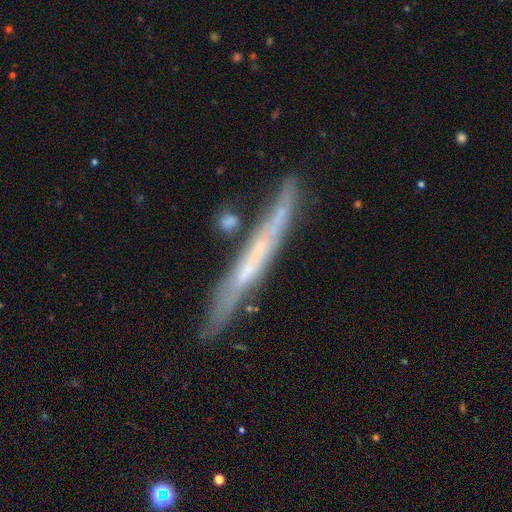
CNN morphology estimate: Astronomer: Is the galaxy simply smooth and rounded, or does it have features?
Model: featured or disk — 64%.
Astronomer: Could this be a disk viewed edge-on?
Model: yes — 87%.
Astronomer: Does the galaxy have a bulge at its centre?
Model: none — 81%.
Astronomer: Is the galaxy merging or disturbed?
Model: none — 75%.